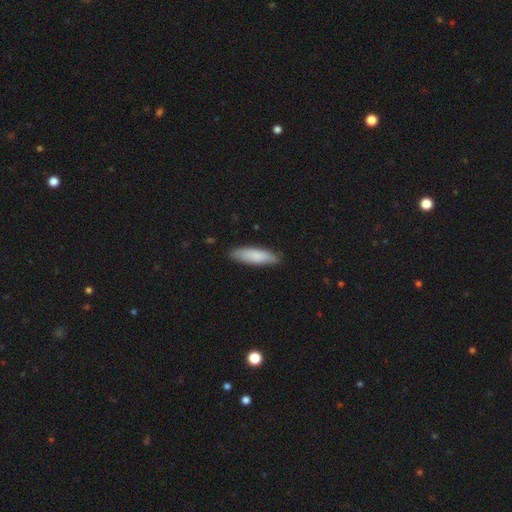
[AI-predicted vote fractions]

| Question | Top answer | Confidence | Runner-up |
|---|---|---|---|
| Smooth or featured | smooth | 82% | featured or disk (13%) |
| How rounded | cigar-shaped | 62% | in between (36%) |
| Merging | none | 85% | minor disturbance (12%) |